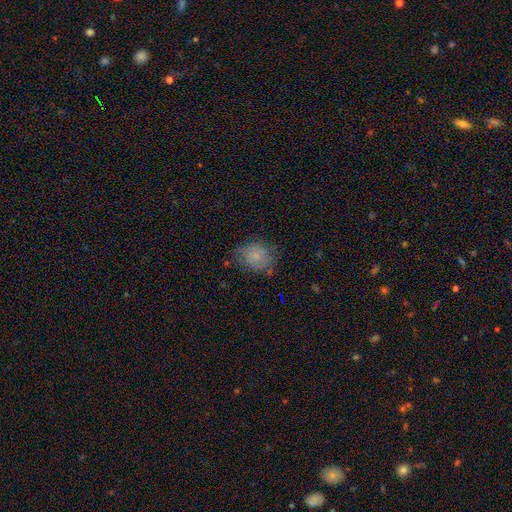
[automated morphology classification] Q: Smooth or featured?
A: smooth (72%); runner-up: featured or disk (18%)
Q: How rounded?
A: round (62%); runner-up: in between (37%)
Q: Merging?
A: none (63%); runner-up: minor disturbance (26%)